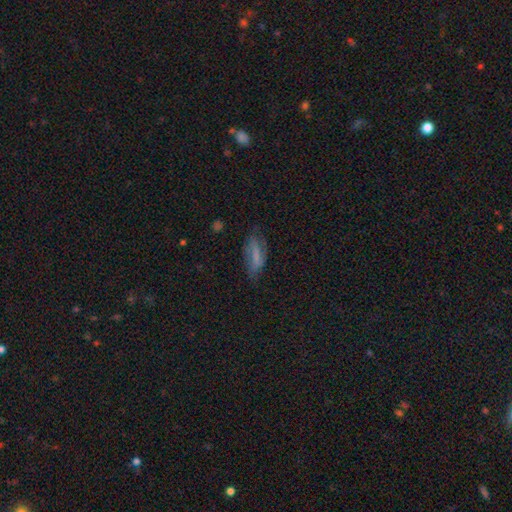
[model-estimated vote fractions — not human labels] Smooth or featured? smooth (56%)
How rounded? in between (67%)
Merging? none (59%)